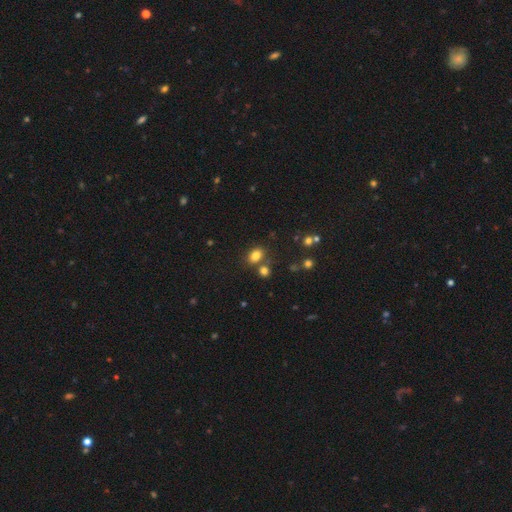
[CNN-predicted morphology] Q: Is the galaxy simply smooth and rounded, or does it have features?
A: smooth — 81%.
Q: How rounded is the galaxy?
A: in between — 71%.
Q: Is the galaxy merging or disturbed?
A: none — 67%.